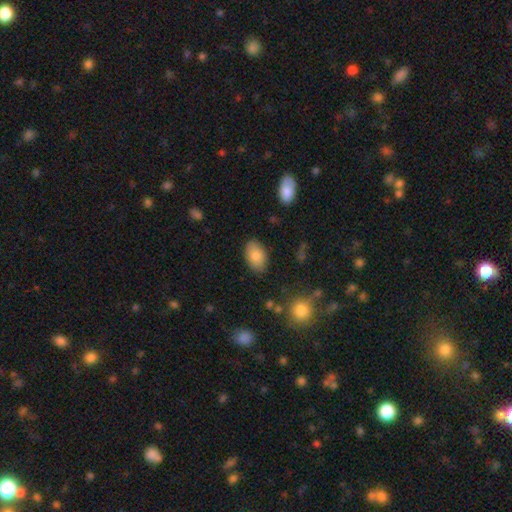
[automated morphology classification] Overall: smooth (82%). How rounded: in between (91%). Merging: none (84%).